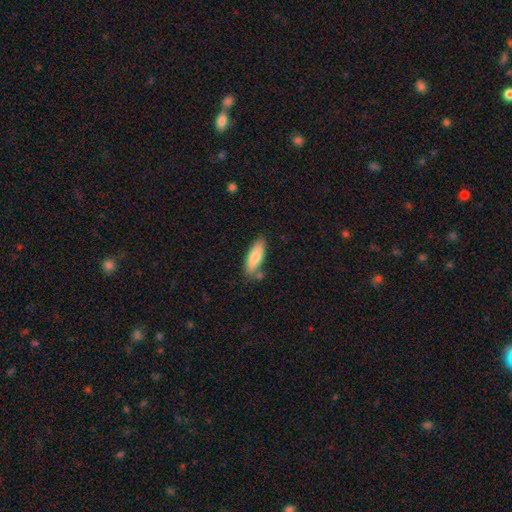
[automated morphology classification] Overall: smooth (81%). How rounded: in between (52%; cigar-shaped 46%). Merging: none (73%).